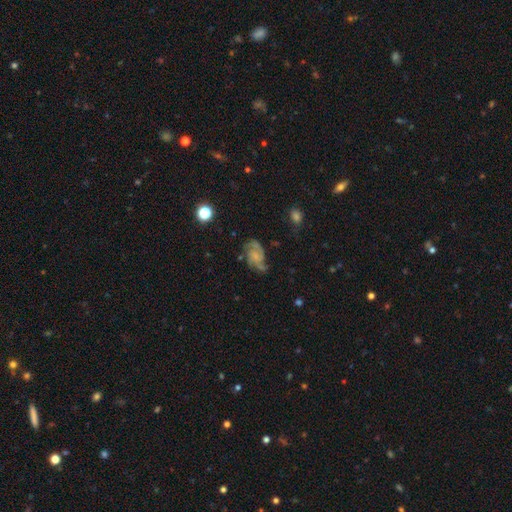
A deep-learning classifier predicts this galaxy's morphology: A featured or disk galaxy (78%) with no bar (62%), 2 (67%) medium (49%) spiral arms (94%) and no central bulge (48%).

Vote fractions:
- Smooth or featured? featured or disk: 78% / smooth: 14% / star or artifact: 8%
- Edge-on disk? no: 98% / yes: 2%
- Bar? no: 62% / weak: 31% / strong: 7%
- Spiral arms? yes: 94% / no: 6%
- Spiral winding? medium: 49% / tight: 30% / loose: 20%
- Spiral arm count? 2: 67% / 3: 15% / can't tell: 10% / 1: 3% / 4: 3% / more than 4: 3%
- Bulge size? none: 48% / small: 31% / moderate: 15% / large: 4% / dominant: 2%
- Merging? none: 61% / minor disturbance: 22% / major disturbance: 14% / merger: 3%